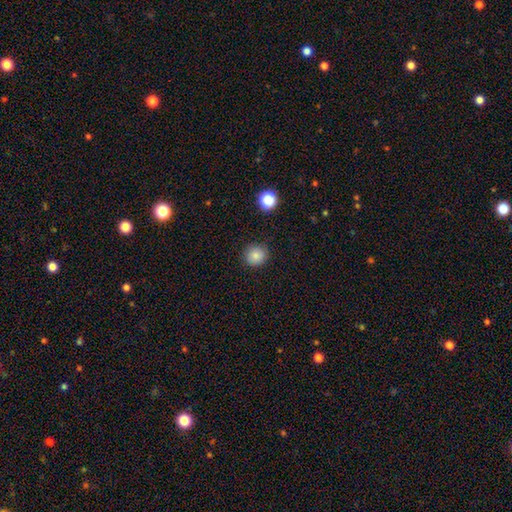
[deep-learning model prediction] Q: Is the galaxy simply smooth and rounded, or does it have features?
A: smooth — 84%.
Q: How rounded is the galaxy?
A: round — 89%.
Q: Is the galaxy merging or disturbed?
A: none — 89%.